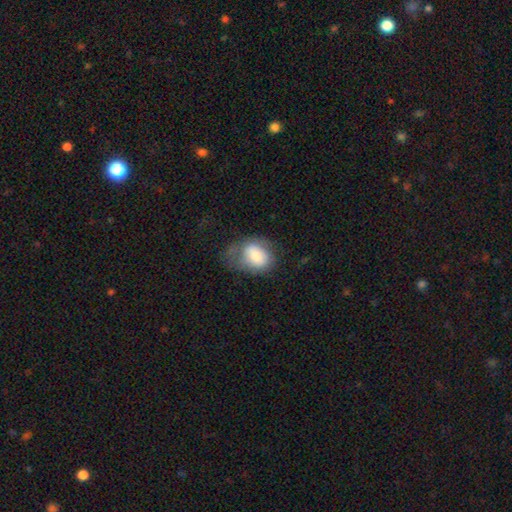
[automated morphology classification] smooth 72%, featured or disk 20%, star or artifact 8%. Down the decision tree: how rounded — in between (62%); merging — none (40%).